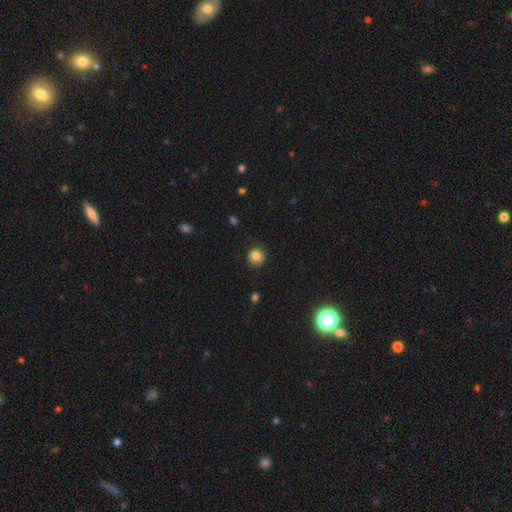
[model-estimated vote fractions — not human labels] Smooth or featured? Predicted: smooth (p=0.84). How rounded? Predicted: round (p=0.93). Merging? Predicted: none (p=0.89).